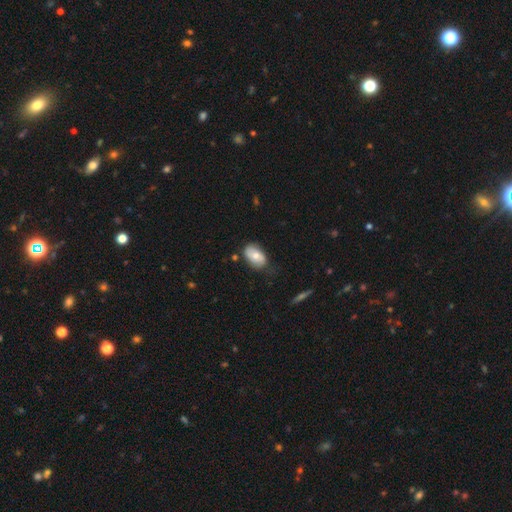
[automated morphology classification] This appears to be a smooth galaxy with no disk features (65%) that is in between round and cigar-shaped (90%). Merging: none (66%).